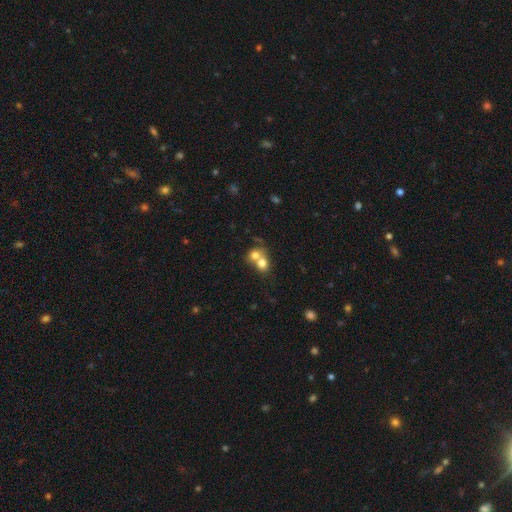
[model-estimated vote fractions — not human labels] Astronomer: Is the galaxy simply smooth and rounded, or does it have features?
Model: smooth — 74%.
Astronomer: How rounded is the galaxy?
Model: round — 66%.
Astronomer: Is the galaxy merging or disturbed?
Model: merger — 69%.